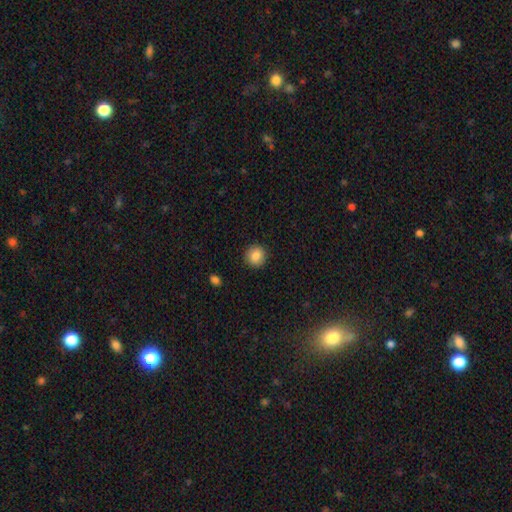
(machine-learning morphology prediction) smooth 86%, star or artifact 9%, featured or disk 5%. Down the decision tree: how rounded — round (93%); merging — none (91%).